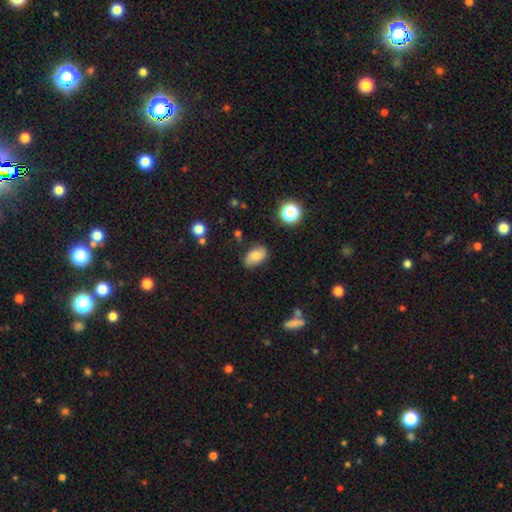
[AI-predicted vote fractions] Morphology: type=smooth (73%); roundness=in between (88%); merging=none (71%).